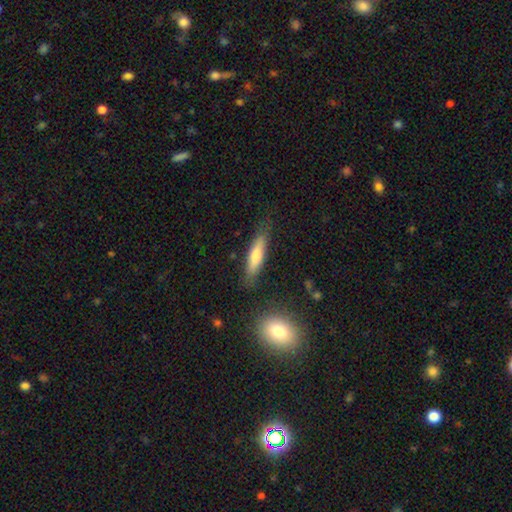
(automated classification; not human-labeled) Smooth or featured? Predicted: smooth (p=0.71). How rounded? Predicted: cigar-shaped (p=0.77). Merging? Predicted: none (p=0.78).